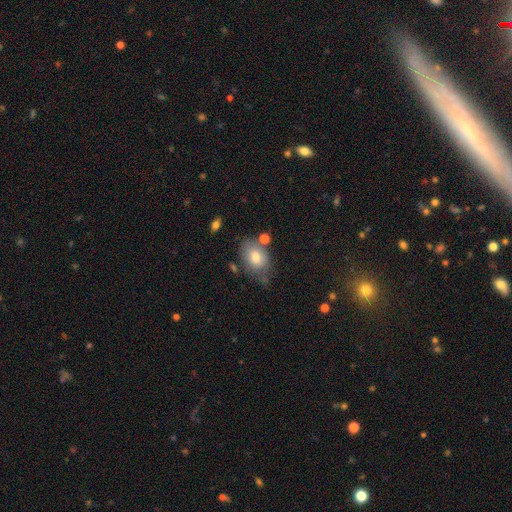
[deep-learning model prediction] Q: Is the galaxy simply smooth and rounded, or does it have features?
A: smooth — 73%.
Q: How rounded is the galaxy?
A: in between — 78%.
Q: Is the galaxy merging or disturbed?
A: none — 61%.